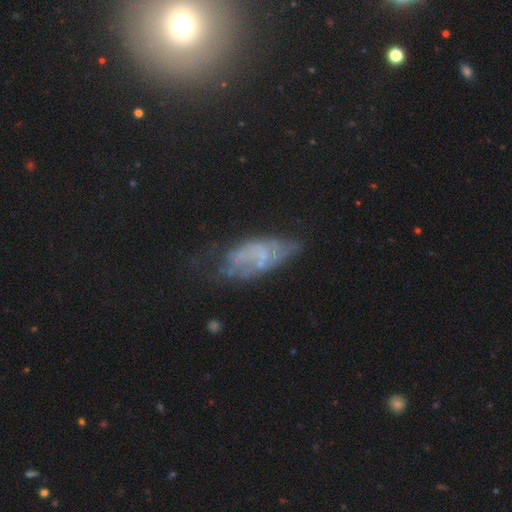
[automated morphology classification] Smooth or featured? Predicted: featured or disk (p=0.51). Edge-on disk? Predicted: no (p=0.91). Merging? Predicted: none (p=0.40).